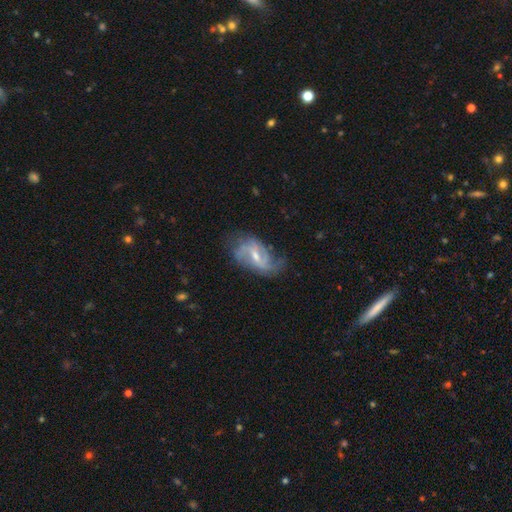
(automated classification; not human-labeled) smooth_or_featured: featured or disk (p=0.82) [alt: smooth p=0.12]
disk_edge_on: no (p=0.96) [alt: yes p=0.04]
bar: weak (p=0.58) [alt: strong p=0.22]
has_spiral_arms: yes (p=0.92) [alt: no p=0.08]
spiral_winding: loose (p=0.41) [alt: medium p=0.40]
spiral_arm_count: 2 (p=0.58) [alt: can't tell p=0.18]
bulge_size: moderate (p=0.50) [alt: small p=0.43]
merging: none (p=0.60) [alt: minor disturbance p=0.25]